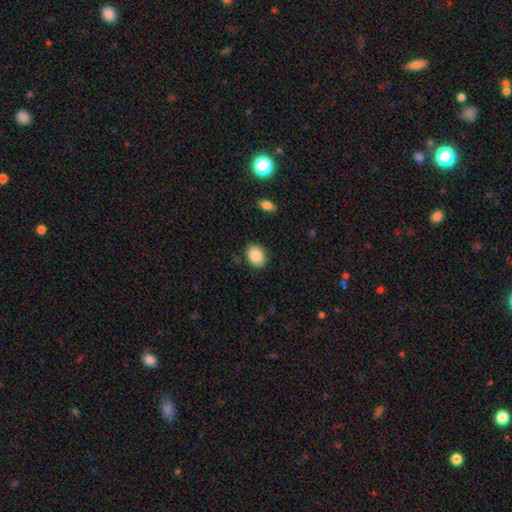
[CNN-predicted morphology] Smooth or featured? smooth (87%)
How rounded? in between (67%)
Merging? none (84%)